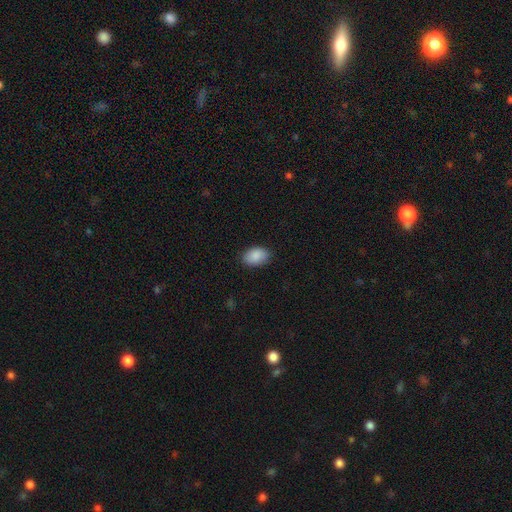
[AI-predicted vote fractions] The model was most divided on "merging": none: 85%, minor disturbance: 11%, major disturbance: 3%, merger: 1%. More confident: smooth or featured — smooth (89%); how rounded — in between (87%).